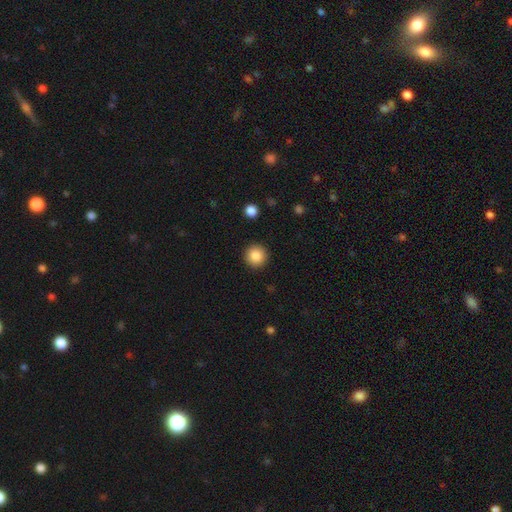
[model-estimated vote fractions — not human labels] This appears to be a smooth galaxy with no disk features (86%) that is round (95%). Merging: none (92%).